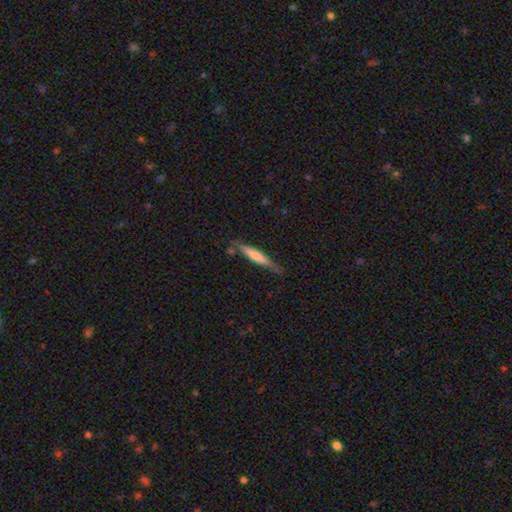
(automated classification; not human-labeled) Q: Smooth or featured?
A: smooth (60%); runner-up: featured or disk (35%)
Q: How rounded?
A: cigar-shaped (91%); runner-up: in between (8%)
Q: Merging?
A: none (69%); runner-up: minor disturbance (22%)